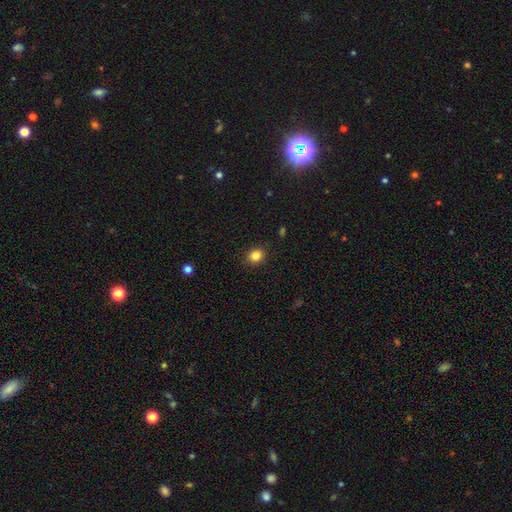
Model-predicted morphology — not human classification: The model was most divided on "how rounded": round: 74%, in between: 25%, cigar-shaped: 1%. More confident: merging — none (90%); smooth or featured — smooth (84%).